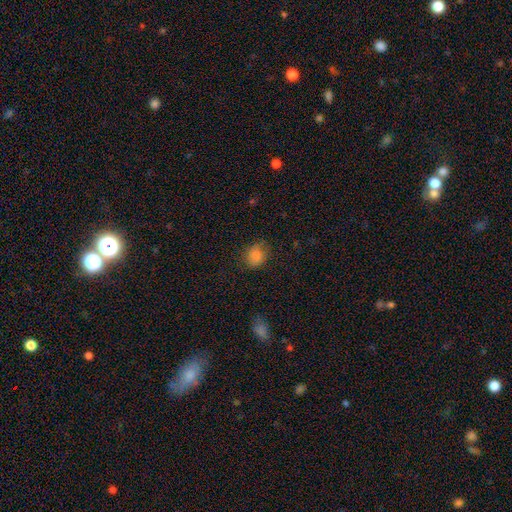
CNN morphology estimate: type=smooth (82%); roundness=round (59%); merging=none (73%).